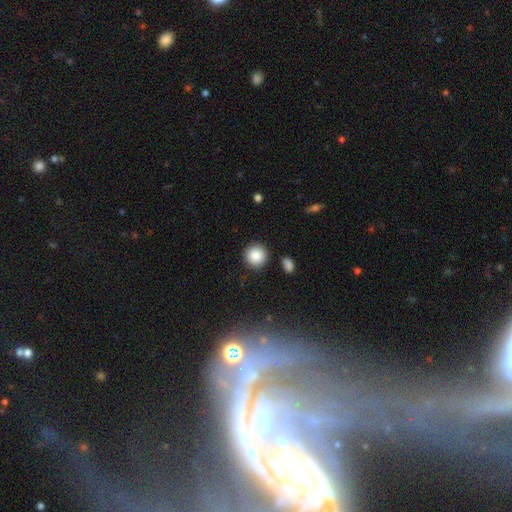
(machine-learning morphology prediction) Smooth or featured? Predicted: smooth (p=0.87). How rounded? Predicted: round (p=0.94). Merging? Predicted: none (p=0.87).